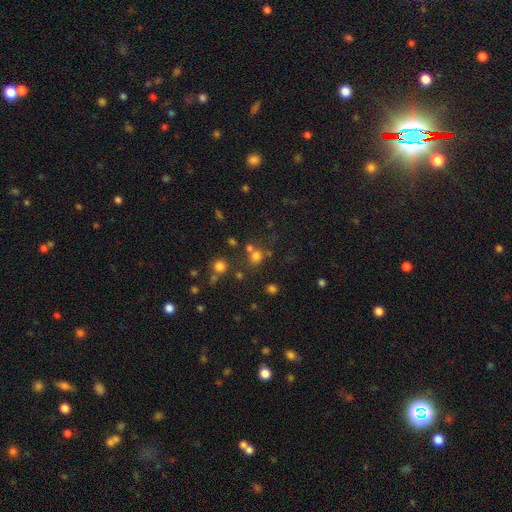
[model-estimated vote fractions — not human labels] Smooth or featured? Predicted: smooth (p=0.68). How rounded? Predicted: round (p=0.82). Merging? Predicted: none (p=0.61).